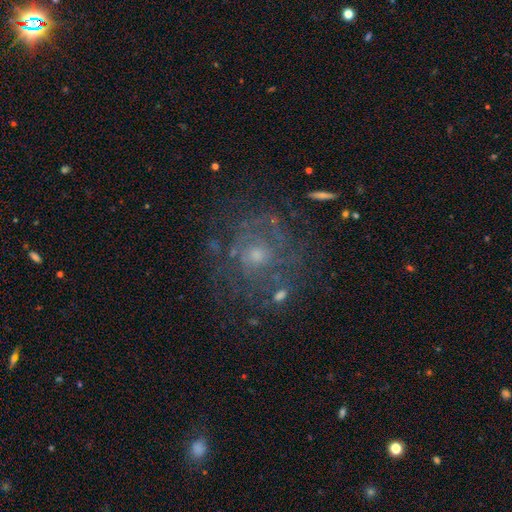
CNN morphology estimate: Smooth or featured: featured or disk — 71% (smooth — 15%)
Edge-on disk: no — 97% (yes — 3%)
Bar: no — 82% (weak — 15%)
Spiral arms: yes — 75% (no — 25%)
Spiral winding: tight — 65% (medium — 26%)
Spiral arm count: can't tell — 54% (2 — 16%)
Bulge size: small — 51% (moderate — 41%)
Merging: none — 71% (minor disturbance — 15%)